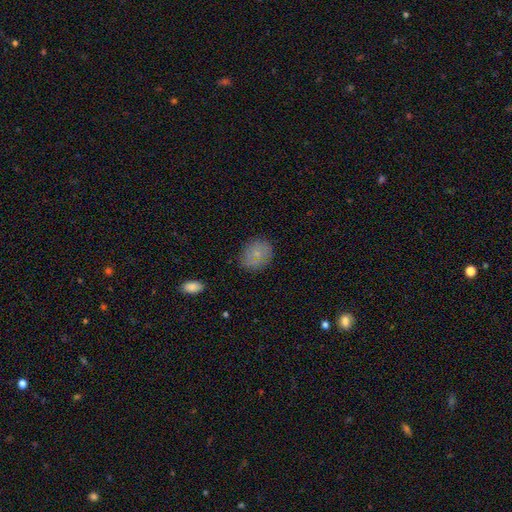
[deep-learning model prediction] This appears to be a smooth galaxy with no disk features (73%) that is round (54%). Merging: none (79%).